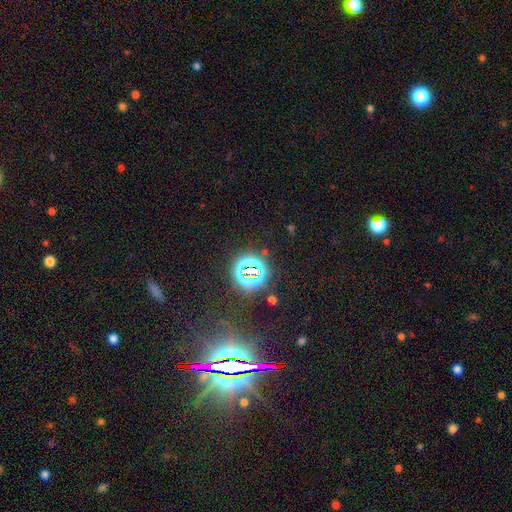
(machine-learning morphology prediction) Smooth or featured? Predicted: star or artifact (p=0.81).